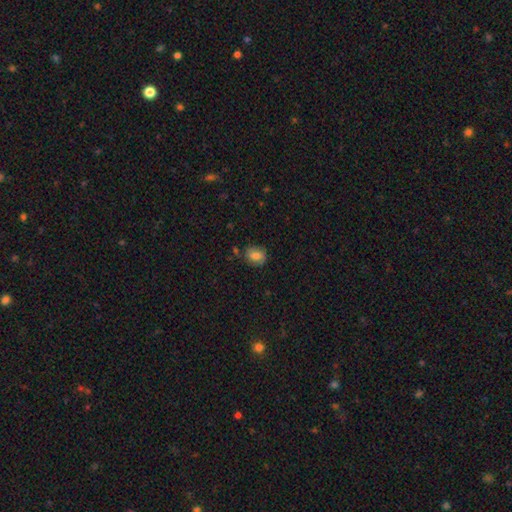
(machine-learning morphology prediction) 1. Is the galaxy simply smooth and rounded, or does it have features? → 74% smooth, 16% featured or disk, 10% star or artifact.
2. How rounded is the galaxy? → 50% round, 48% in between, 1% cigar-shaped.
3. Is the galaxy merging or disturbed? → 76% none, 17% minor disturbance, 4% major disturbance, 4% merger.